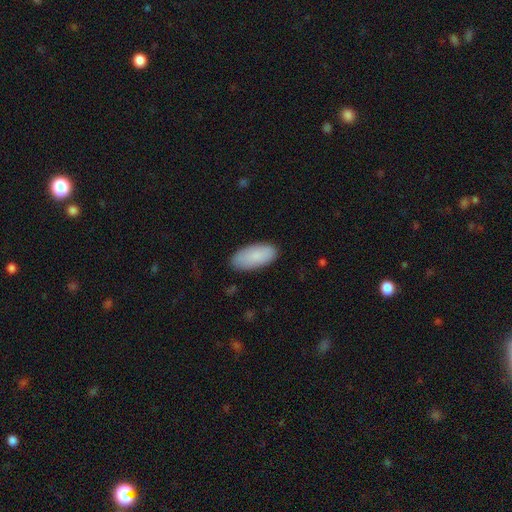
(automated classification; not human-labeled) smooth-or-featured: smooth: 88% | featured or disk: 6% | star or artifact: 6%
  how-rounded: in between: 91% | cigar-shaped: 7% | round: 2%
  merging: none: 86% | minor disturbance: 11% | major disturbance: 2% | merger: 1%